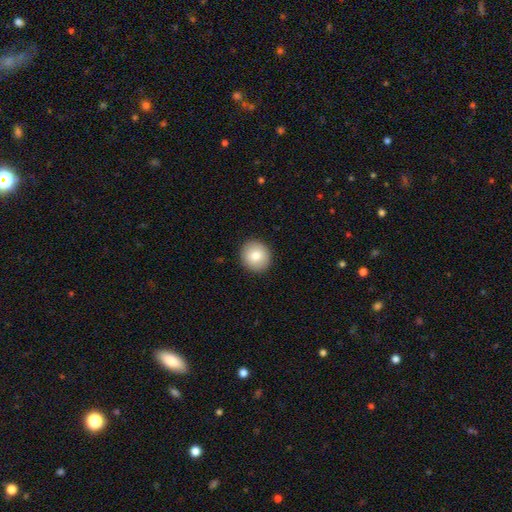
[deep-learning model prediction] This is likely a smooth galaxy (80%). How rounded: clearly round (88%). Merging: clearly none (91%).